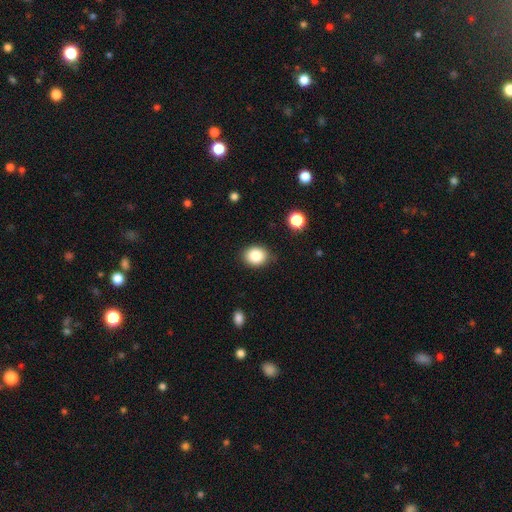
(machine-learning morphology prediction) Overall: smooth (85%). How rounded: round (60%; in between 39%). Merging: none (84%).